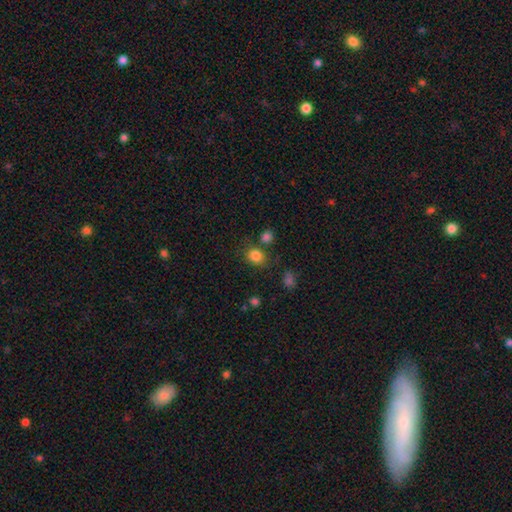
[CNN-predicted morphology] smooth 83%, star or artifact 12%, featured or disk 5%. Down the decision tree: how rounded — round (65%); merging — none (69%).